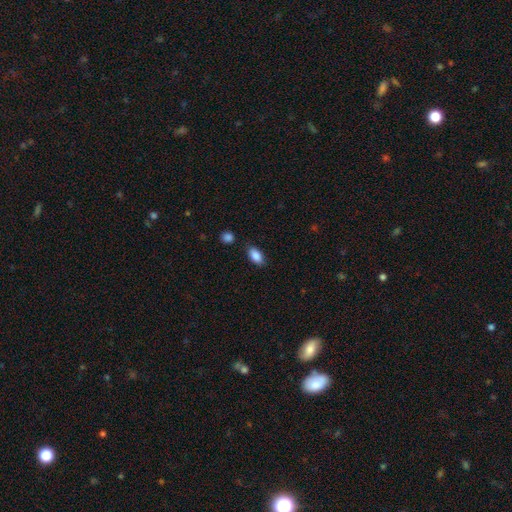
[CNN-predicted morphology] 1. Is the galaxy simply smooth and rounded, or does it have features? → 87% smooth, 7% star or artifact, 5% featured or disk.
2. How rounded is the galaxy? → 91% in between, 5% round, 5% cigar-shaped.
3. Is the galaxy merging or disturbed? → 81% none, 13% minor disturbance, 3% merger, 3% major disturbance.